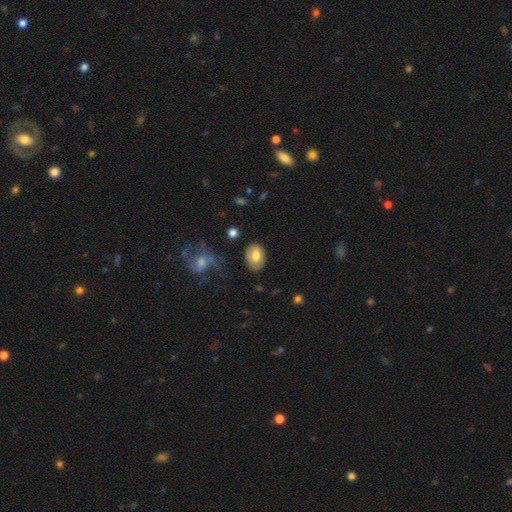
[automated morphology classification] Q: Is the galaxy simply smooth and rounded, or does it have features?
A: smooth — 70%.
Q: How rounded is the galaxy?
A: in between — 76%.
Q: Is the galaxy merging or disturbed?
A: none — 77%.